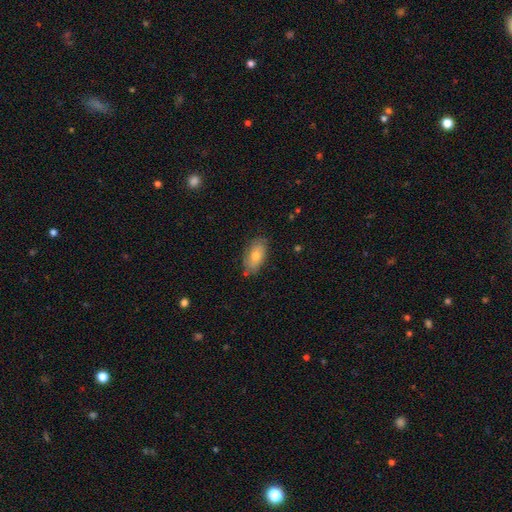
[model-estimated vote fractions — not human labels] Smooth or featured? smooth (68%)
How rounded? in between (90%)
Merging? none (78%)